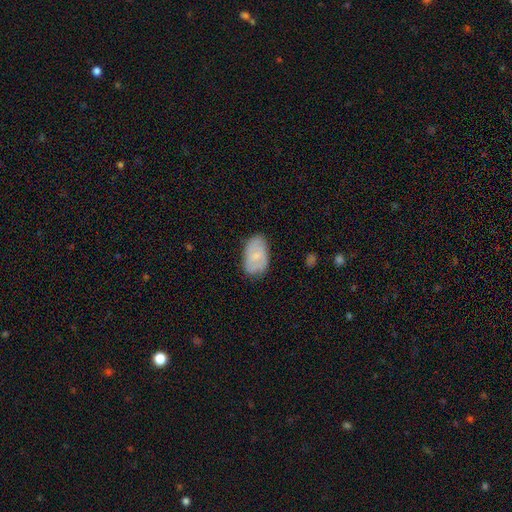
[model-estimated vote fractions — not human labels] Smooth or featured?
  - smooth: 63% *
  - featured or disk: 31%
  - star or artifact: 7%
How rounded?
  - in between: 92% *
  - round: 7%
  - cigar-shaped: 1%
Merging?
  - none: 71% *
  - minor disturbance: 23%
  - major disturbance: 5%
  - merger: 1%